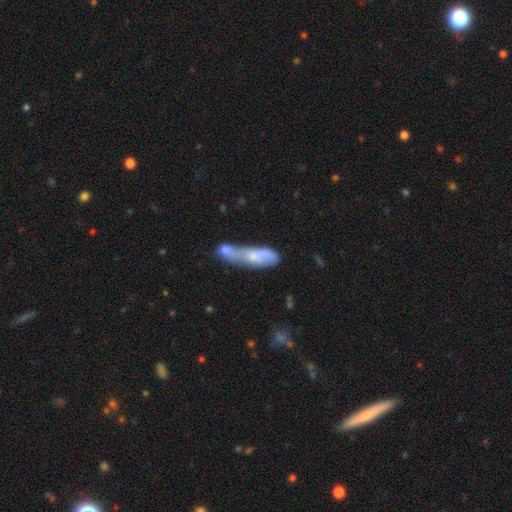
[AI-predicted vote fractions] Smooth or featured? smooth (54%)
How rounded? cigar-shaped (58%)
Merging? merger (59%)